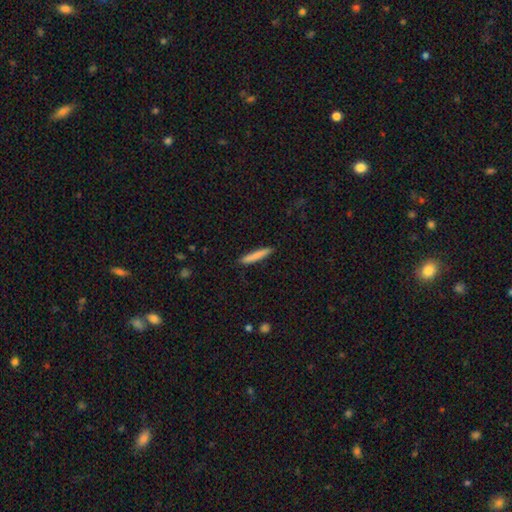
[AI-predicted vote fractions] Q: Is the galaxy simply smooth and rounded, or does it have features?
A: smooth — 82%.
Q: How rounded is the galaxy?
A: cigar-shaped — 94%.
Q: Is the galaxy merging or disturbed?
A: none — 90%.